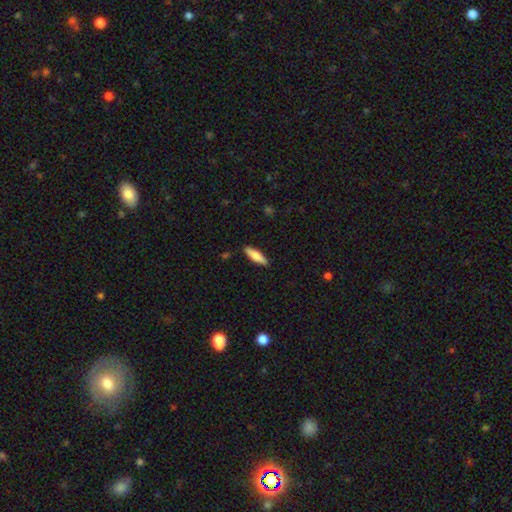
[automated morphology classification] smooth-or-featured: smooth: 76% | featured or disk: 18% | star or artifact: 5%
  how-rounded: cigar-shaped: 64% | in between: 34% | round: 2%
  merging: none: 89% | minor disturbance: 8% | major disturbance: 2% | merger: 1%